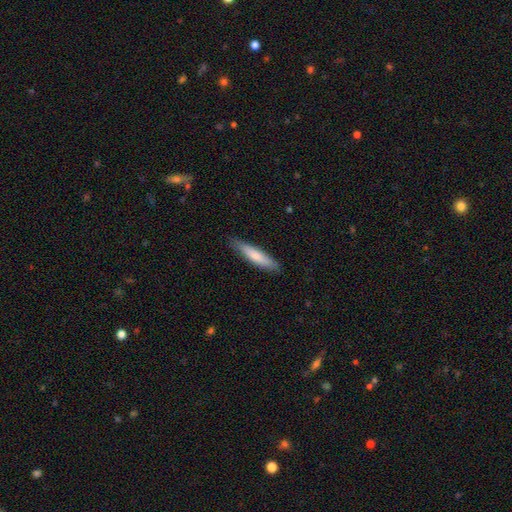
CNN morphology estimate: type=smooth (75%); roundness=cigar-shaped (86%); merging=none (86%).